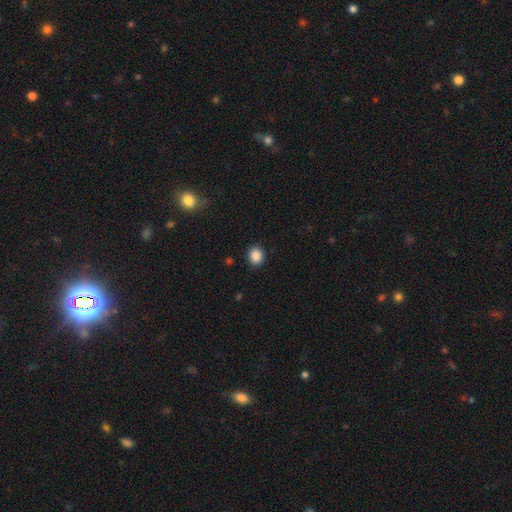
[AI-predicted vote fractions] smooth 88%, star or artifact 9%, featured or disk 3%. Down the decision tree: how rounded — round (69%); merging — none (91%).